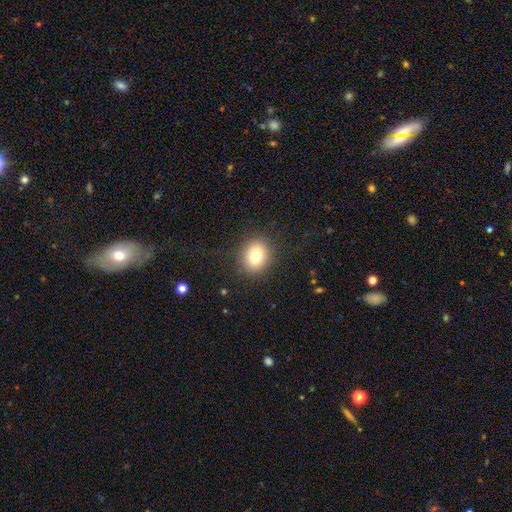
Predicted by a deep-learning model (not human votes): Morphology: type=smooth (78%); roundness=round (69%); merging=none (87%).